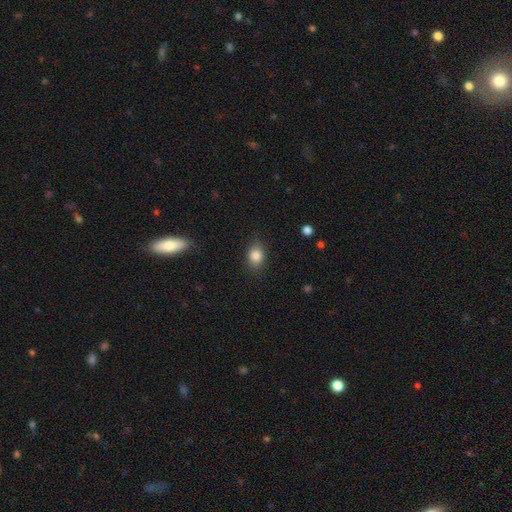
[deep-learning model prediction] A smooth galaxy with no disk features (84%) that is in between round and cigar-shaped (58%). Merging: none (82%).